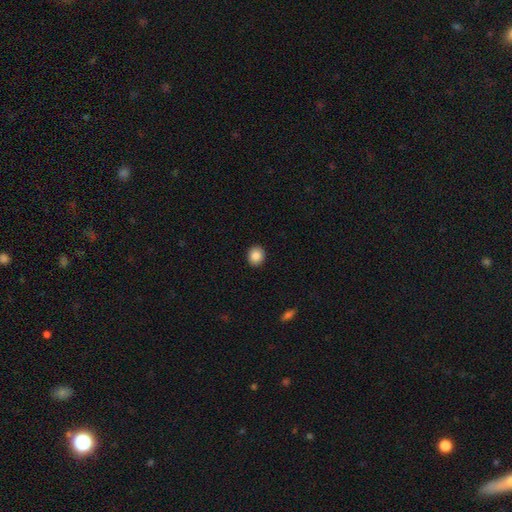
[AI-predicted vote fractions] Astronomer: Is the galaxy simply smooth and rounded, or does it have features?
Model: smooth — 86%.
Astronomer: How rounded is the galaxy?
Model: round — 75%.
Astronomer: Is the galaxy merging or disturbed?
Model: none — 92%.